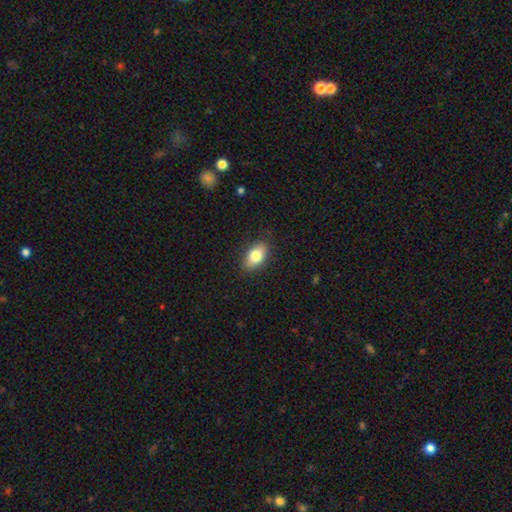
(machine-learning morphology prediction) type=smooth (80%); roundness=in between (88%); merging=none (87%).